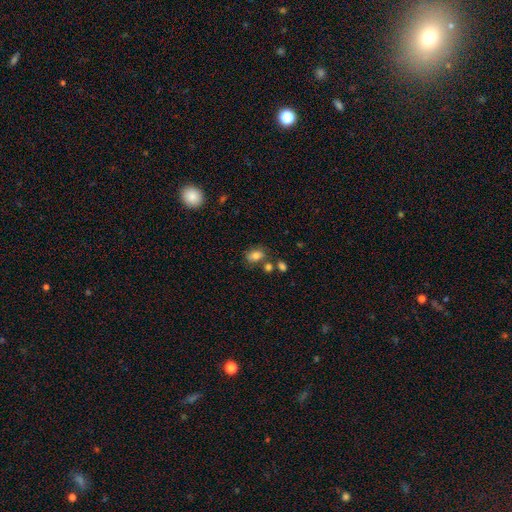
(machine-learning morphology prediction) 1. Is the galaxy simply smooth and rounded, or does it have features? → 76% smooth, 13% featured or disk, 11% star or artifact.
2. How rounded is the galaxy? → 76% in between, 22% round, 2% cigar-shaped.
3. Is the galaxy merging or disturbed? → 65% none, 16% minor disturbance, 14% merger, 5% major disturbance.